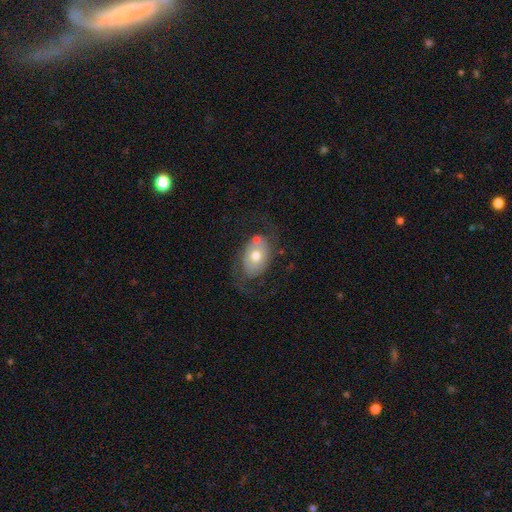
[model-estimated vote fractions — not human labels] Morphology: type=featured or disk (47%); merging=none (56%).